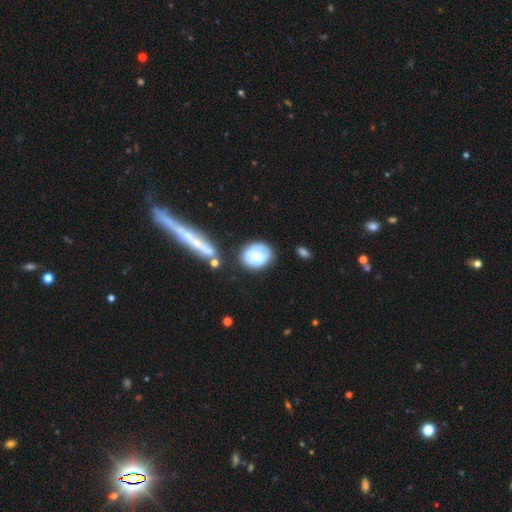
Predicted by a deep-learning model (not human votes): Q: Smooth or featured?
A: smooth (58%); runner-up: featured or disk (35%)
Q: How rounded?
A: round (53%); runner-up: in between (45%)
Q: Merging?
A: none (63%); runner-up: minor disturbance (20%)